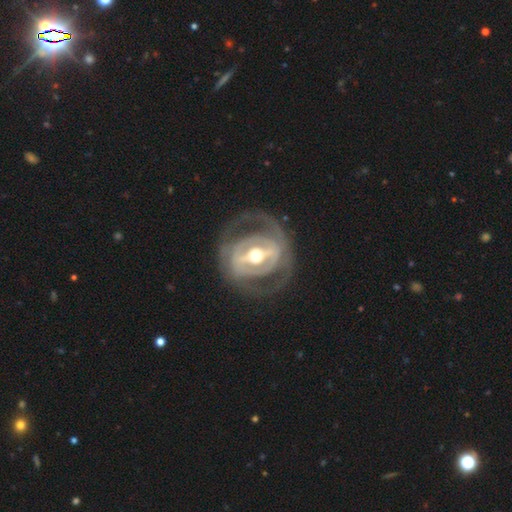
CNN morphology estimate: type=featured or disk (84%); edge-on=no (93%); bar=strong (66%); spiral arms=yes (56%); bulge=moderate (73%); merging=none (71%).